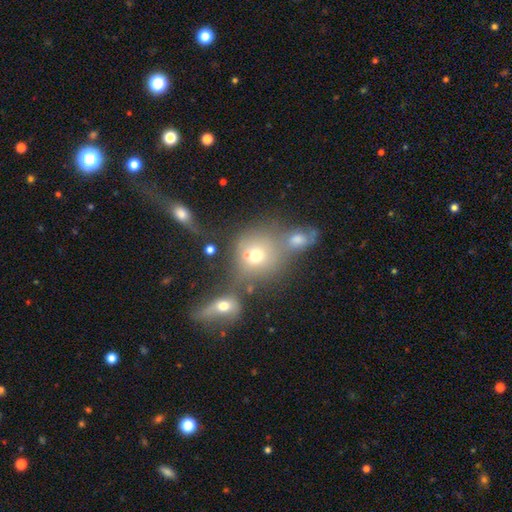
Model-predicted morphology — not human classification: Smooth or featured? smooth (63%)
How rounded? round (77%)
Merging? merger (46%)